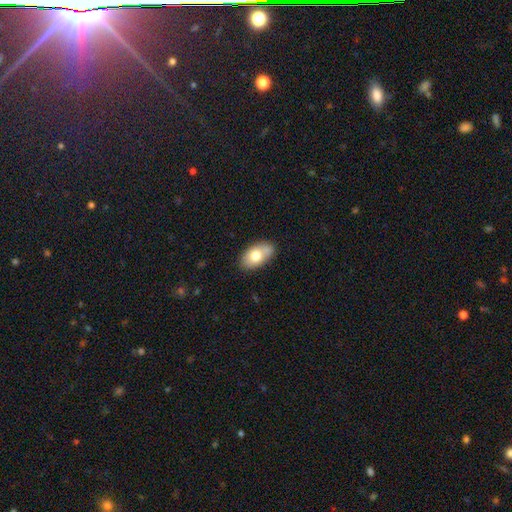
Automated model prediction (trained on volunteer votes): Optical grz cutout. It shows a smooth galaxy with no disk features (72%) that is in between round and cigar-shaped (90%). Merging: none (67%).